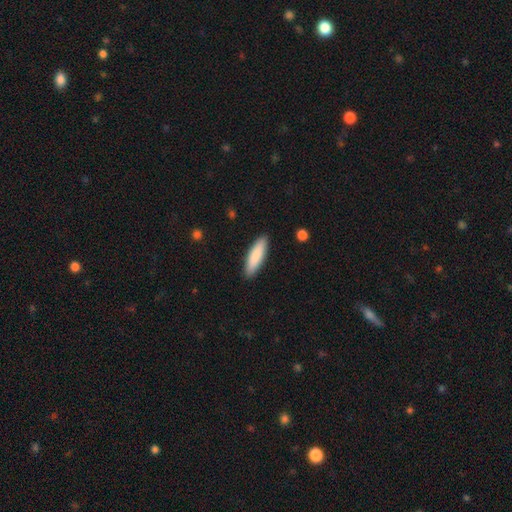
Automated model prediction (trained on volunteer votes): Morphology: type=smooth (85%); roundness=cigar-shaped (63%); merging=none (90%).